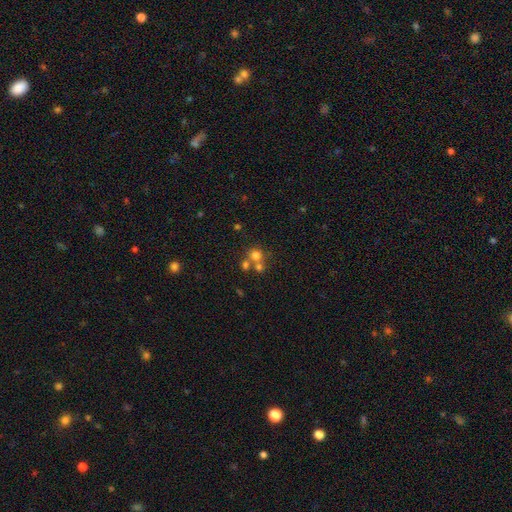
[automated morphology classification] A smooth galaxy with no disk features (69%) that is round (88%). Merging: none (50%).